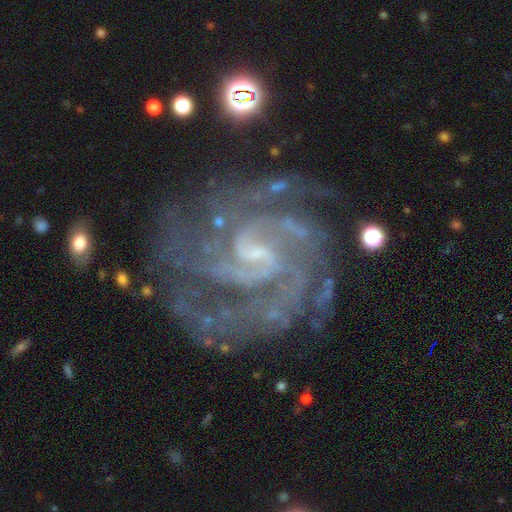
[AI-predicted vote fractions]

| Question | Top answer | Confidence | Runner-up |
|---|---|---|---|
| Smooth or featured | featured or disk | 92% | star or artifact (6%) |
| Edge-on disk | no | 98% | yes (2%) |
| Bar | weak | 56% | no (24%) |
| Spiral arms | yes | 98% | no (2%) |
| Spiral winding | tight | 56% | medium (39%) |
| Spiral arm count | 2 | 27% | 3 (24%) |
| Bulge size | small | 62% | none (21%) |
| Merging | none | 72% | minor disturbance (16%) |